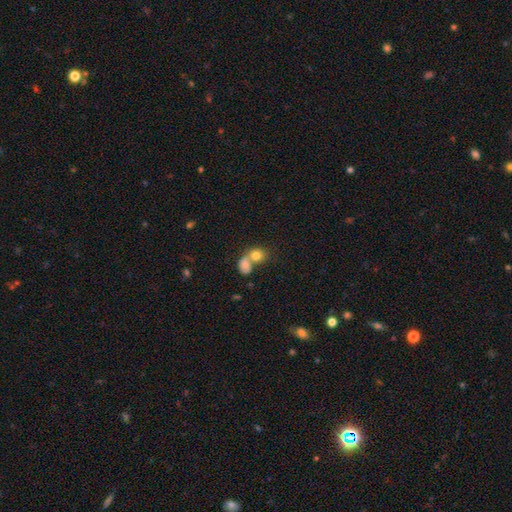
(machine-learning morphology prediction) The model was most divided on "how rounded": round: 59%, in between: 39%, cigar-shaped: 1%. More confident: smooth or featured — smooth (79%); merging — merger (59%).